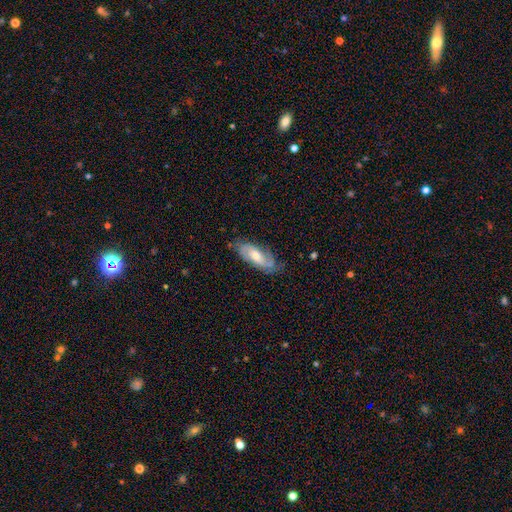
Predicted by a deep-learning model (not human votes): Smooth or featured: featured or disk — 66% (smooth — 28%)
Edge-on disk: no — 89% (yes — 11%)
Bar: no — 53% (weak — 37%)
Spiral arms: yes — 90% (no — 10%)
Spiral winding: medium — 43% (tight — 36%)
Spiral arm count: 2 — 71% (can't tell — 17%)
Bulge size: moderate — 59% (small — 30%)
Merging: none — 72% (minor disturbance — 21%)